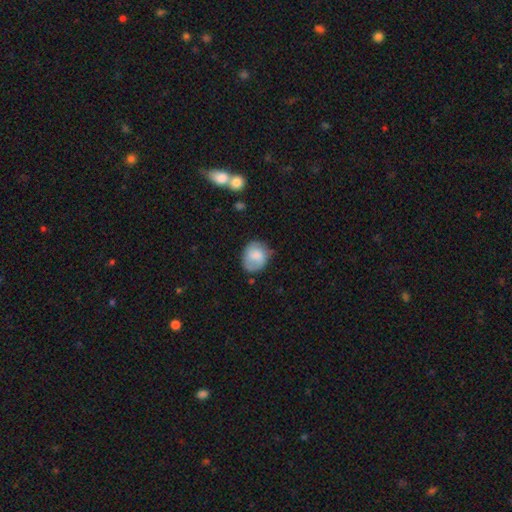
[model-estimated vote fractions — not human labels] Smooth or featured? Predicted: smooth (p=0.75). How rounded? Predicted: round (p=0.63). Merging? Predicted: none (p=0.59).